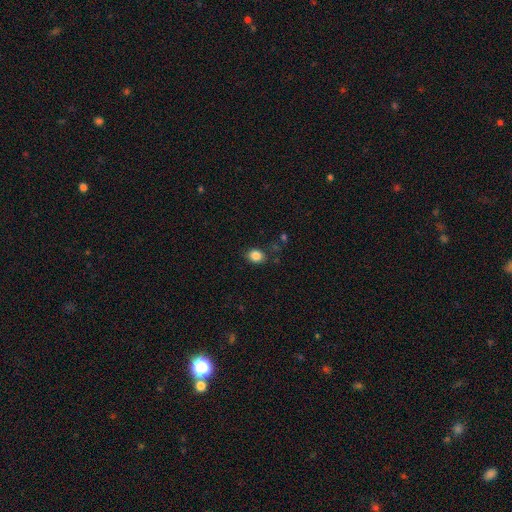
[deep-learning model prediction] smooth-or-featured: smooth: 85% | star or artifact: 10% | featured or disk: 5%
  how-rounded: round: 52% | in between: 47% | cigar-shaped: 1%
  merging: none: 82% | minor disturbance: 12% | major disturbance: 3% | merger: 2%